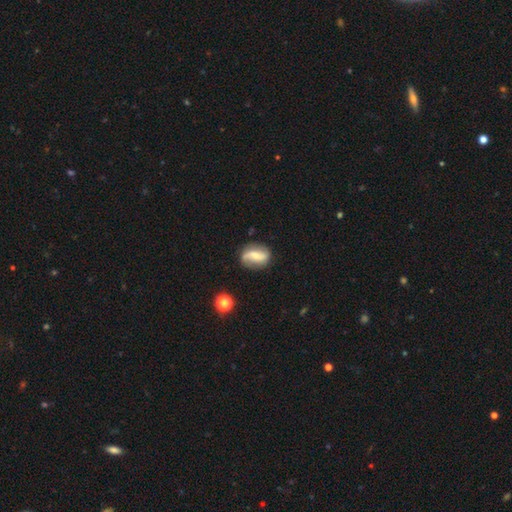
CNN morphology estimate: type=featured or disk (66%); edge-on=no (94%); bar=strong (39%); spiral arms=yes (86%); winding=loose (66%); arm count=2 (86%); bulge=small (51%); merging=none (77%).